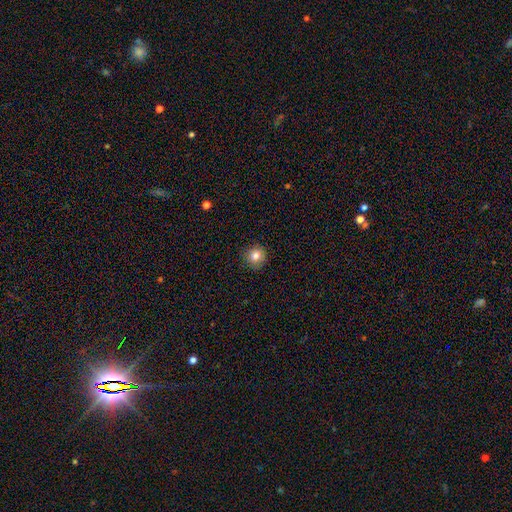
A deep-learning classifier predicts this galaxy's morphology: This is clearly a smooth galaxy (81%). How rounded: clearly round (93%). Merging: clearly none (90%).